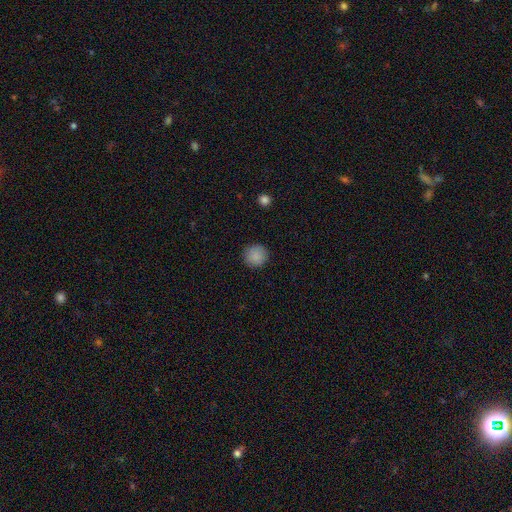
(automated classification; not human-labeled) The model was most divided on "smooth or featured": smooth: 88%, star or artifact: 8%, featured or disk: 4%. More confident: how rounded — round (94%); merging — none (91%).